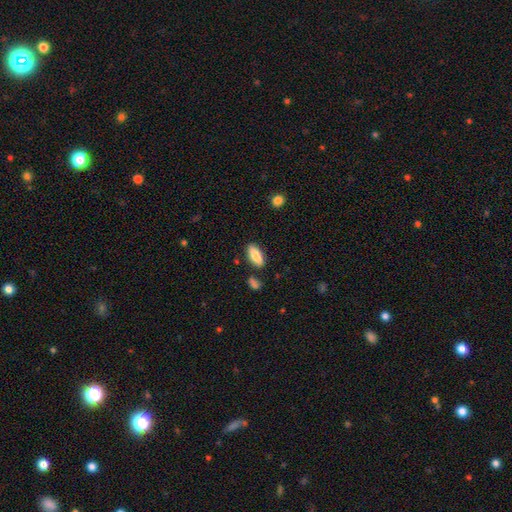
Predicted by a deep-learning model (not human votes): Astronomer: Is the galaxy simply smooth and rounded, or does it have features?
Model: smooth — 79%.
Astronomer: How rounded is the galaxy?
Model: in between — 75%.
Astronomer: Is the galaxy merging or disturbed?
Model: none — 84%.